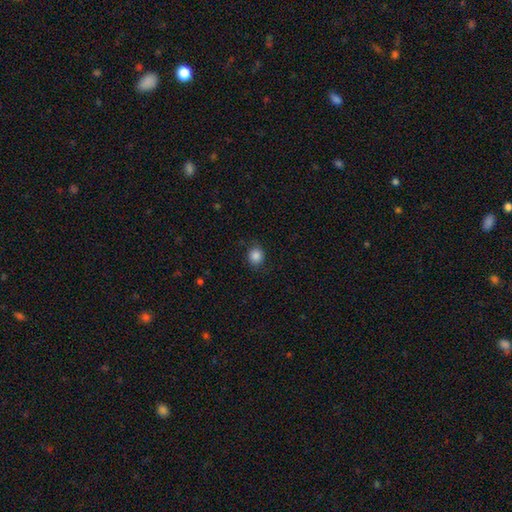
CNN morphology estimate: Smooth or featured? smooth (86%)
How rounded? round (83%)
Merging? none (85%)